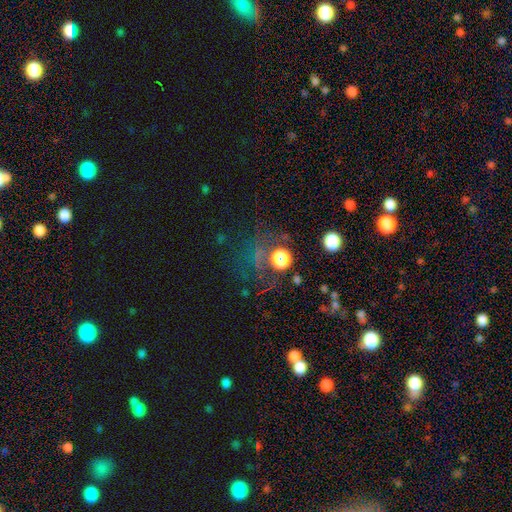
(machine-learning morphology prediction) smooth_or_featured: star or artifact (p=0.56) [alt: smooth p=0.28]